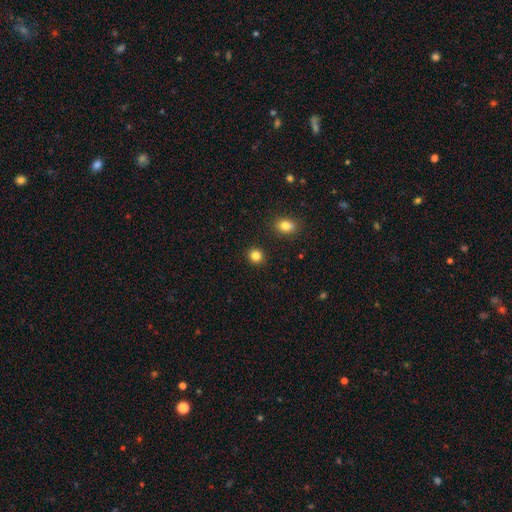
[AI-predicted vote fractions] Smooth or featured? smooth (84%)
How rounded? round (89%)
Merging? none (92%)